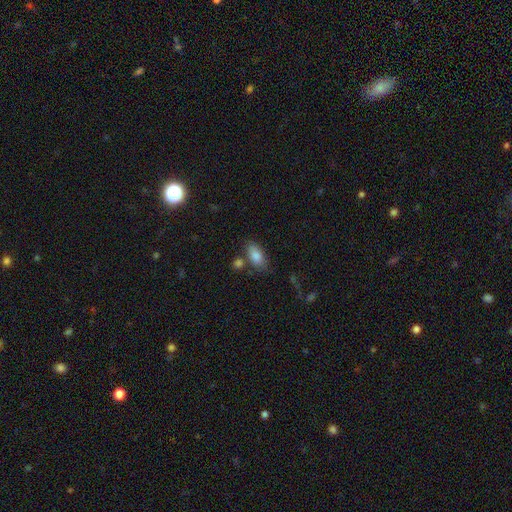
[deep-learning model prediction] A smooth galaxy with no disk features (83%) that is in between round and cigar-shaped (89%). Merging: none (67%).